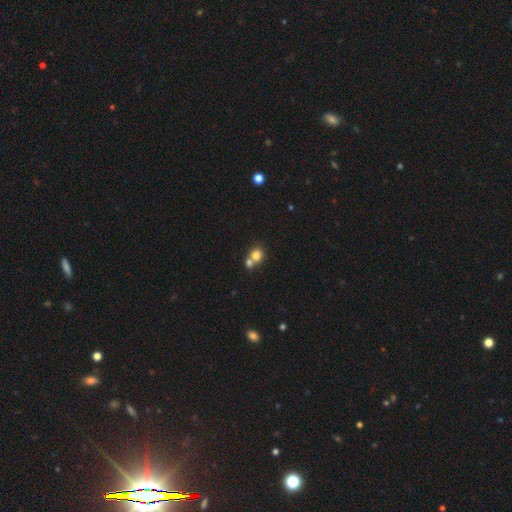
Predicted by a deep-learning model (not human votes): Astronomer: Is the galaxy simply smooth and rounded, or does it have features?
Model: smooth — 78%.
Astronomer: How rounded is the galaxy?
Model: round — 81%.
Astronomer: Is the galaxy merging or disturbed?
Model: merger — 51% (runner-up: none, 40%).